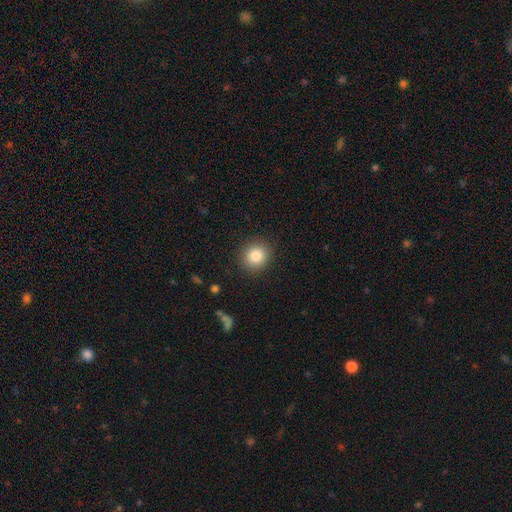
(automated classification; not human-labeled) Smooth or featured? Predicted: smooth (p=0.84). How rounded? Predicted: round (p=0.86). Merging? Predicted: none (p=0.90).